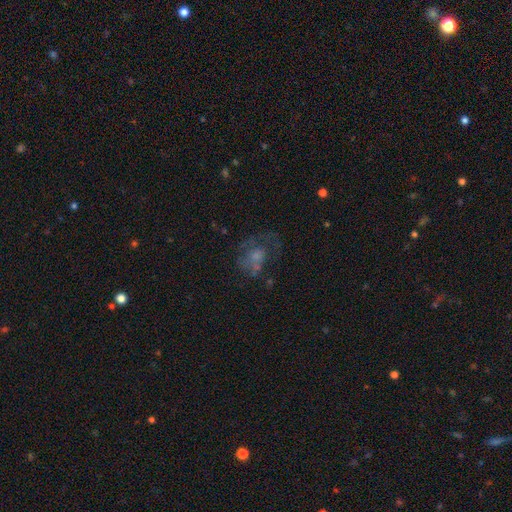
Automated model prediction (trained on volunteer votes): smooth-or-featured: featured or disk: 51% | smooth: 29% | star or artifact: 20%
  disk-edge-on: no: 97% | yes: 3%
  merging: none: 39% | major disturbance: 37% | minor disturbance: 18% | merger: 5%